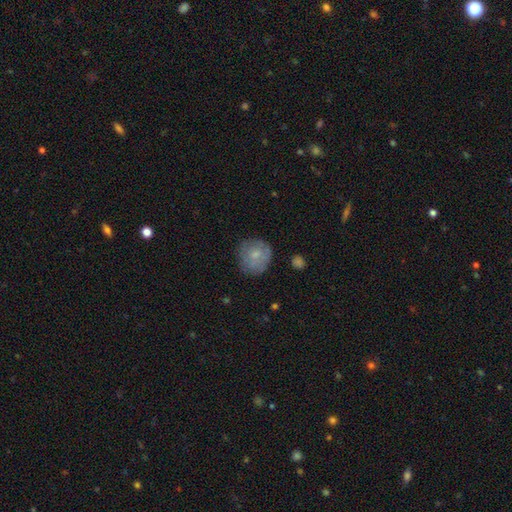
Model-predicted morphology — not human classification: A smooth galaxy with no disk features (68%) that is round (86%). Merging: none (68%).